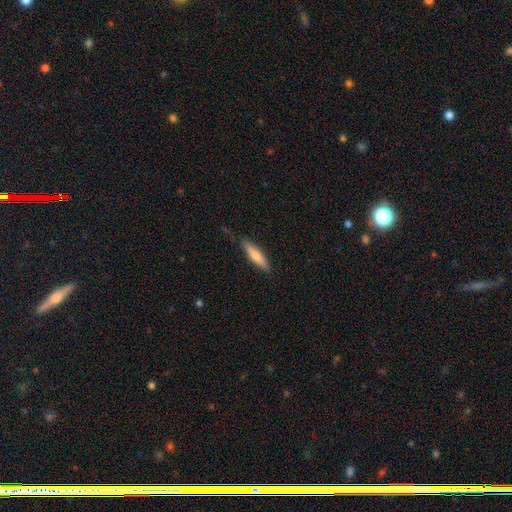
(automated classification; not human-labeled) This appears to be a smooth galaxy with no disk features (61%) that is cigar-shaped (82%). Merging: none (83%).